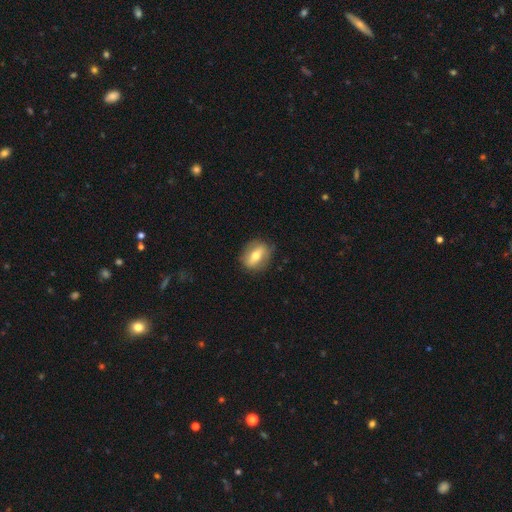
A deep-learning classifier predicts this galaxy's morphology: featured or disk 46% (tied), smooth 46% (tied), star or artifact 7%. Down the decision tree: merging — none (83%).